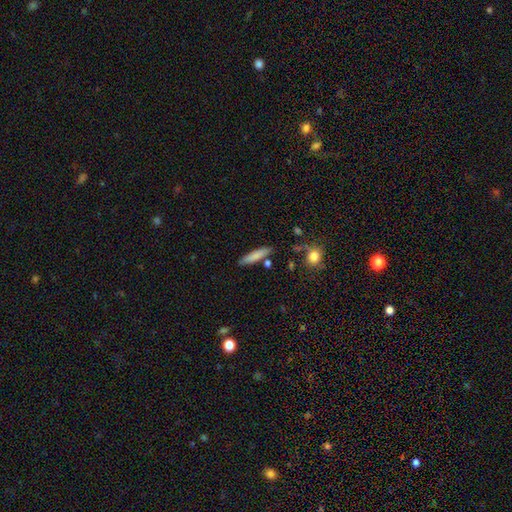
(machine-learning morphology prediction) Smooth or featured? Predicted: smooth (p=0.79). How rounded? Predicted: cigar-shaped (p=0.81). Merging? Predicted: none (p=0.82).